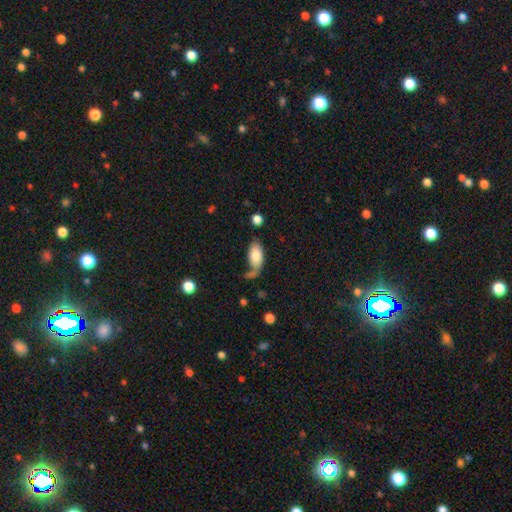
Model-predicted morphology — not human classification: This is likely a smooth galaxy (76%). How rounded: clearly in between (93%). Merging: possibly none (46%).